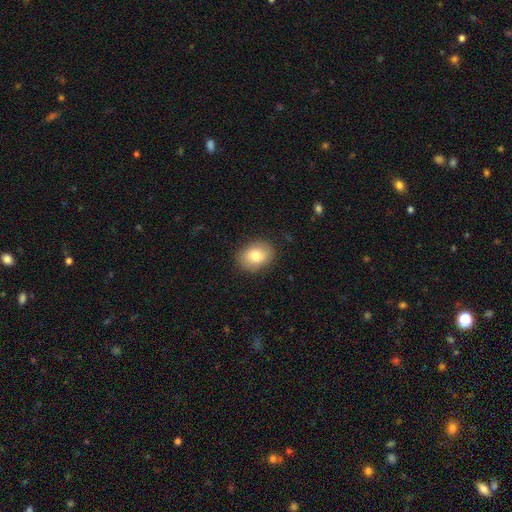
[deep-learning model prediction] The model was most divided on "how rounded": in between: 61%, round: 38%, cigar-shaped: 1%. More confident: merging — none (86%); smooth or featured — smooth (79%).